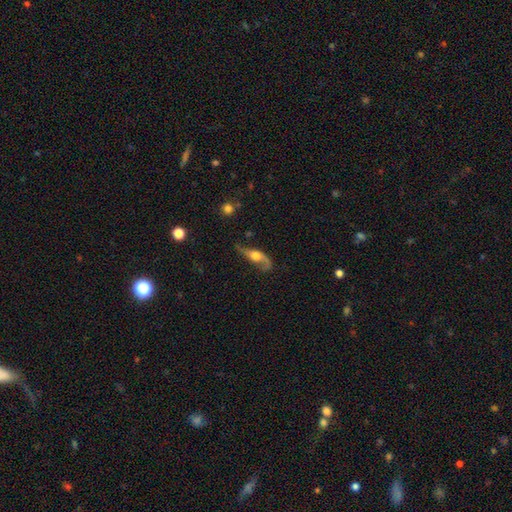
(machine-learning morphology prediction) featured or disk 74%, smooth 20%, star or artifact 6%. Down the decision tree: edge-on disk — no (75%); bar — no (68%); spiral arms — yes (89%); bulge size — moderate (49%); merging — none (52%).